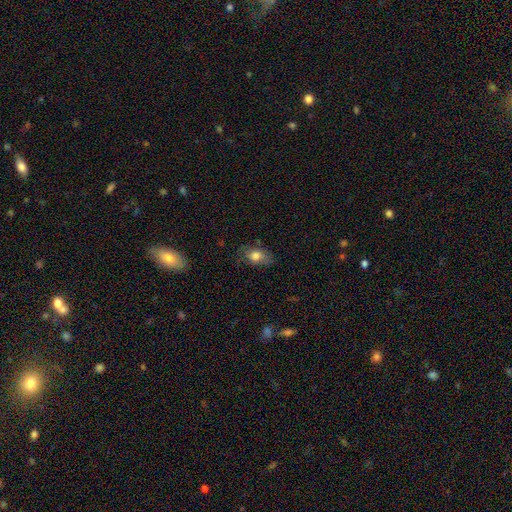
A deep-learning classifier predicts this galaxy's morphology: Q: Smooth or featured?
A: smooth (77%); runner-up: featured or disk (14%)
Q: How rounded?
A: in between (80%); runner-up: round (17%)
Q: Merging?
A: none (65%); runner-up: minor disturbance (26%)